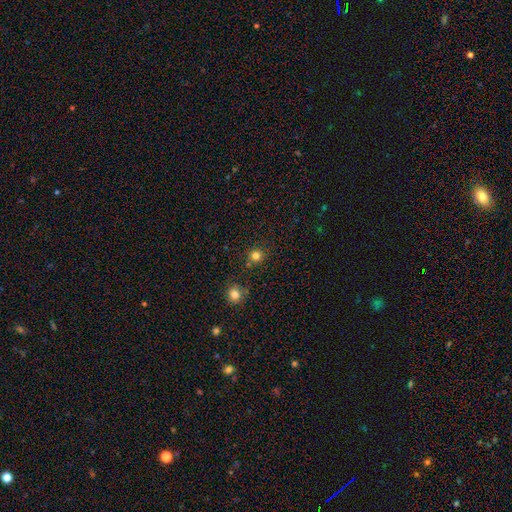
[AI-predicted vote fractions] Smooth or featured?
  - smooth: 79% *
  - star or artifact: 16%
  - featured or disk: 5%
How rounded?
  - round: 92% *
  - in between: 7%
  - cigar-shaped: 1%
Merging?
  - none: 82% *
  - minor disturbance: 8%
  - merger: 7%
  - major disturbance: 3%